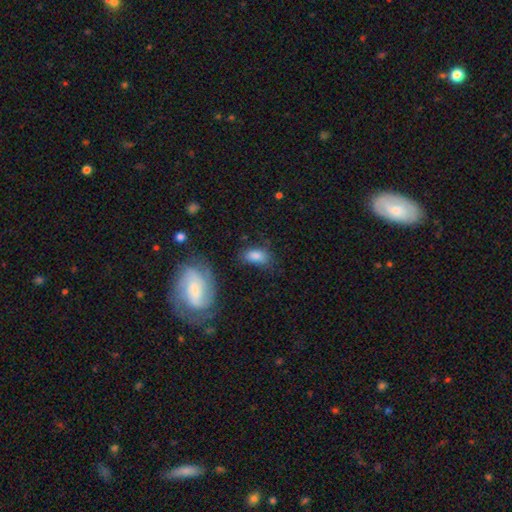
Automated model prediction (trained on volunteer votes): This is likely a smooth galaxy (78%). How rounded: clearly in between (90%). Merging: possibly none (59%).